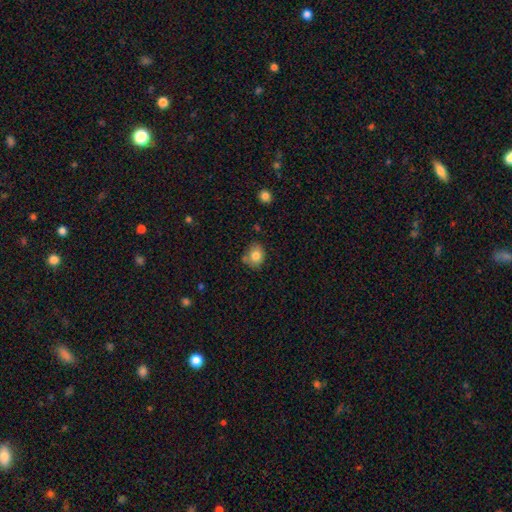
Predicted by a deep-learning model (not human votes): Smooth or featured: smooth — 80% (featured or disk — 10%)
How rounded: round — 65% (in between — 34%)
Merging: none — 67% (minor disturbance — 20%)